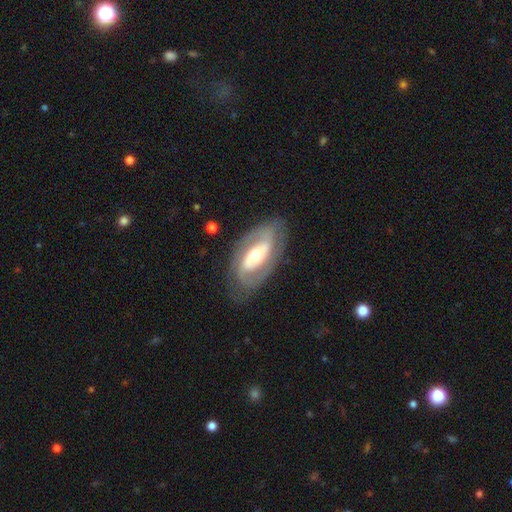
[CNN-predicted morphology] This appears to be a featured or disk galaxy (83%) with a strong bar (40%), 2 (85%) medium (44%) spiral arms (89%) and a moderate central bulge (61%). Merging: none (80%).